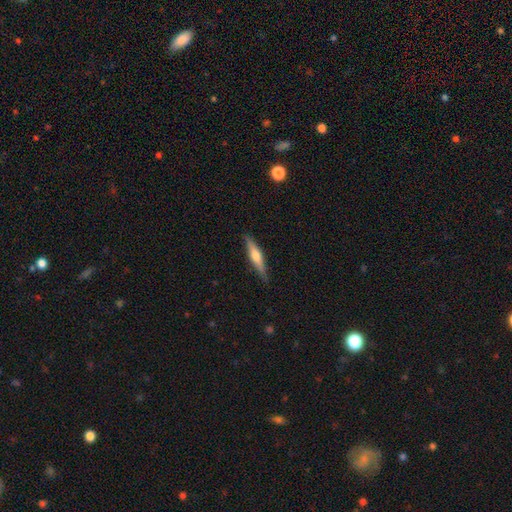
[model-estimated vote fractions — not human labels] A featured or disk galaxy (50%) viewed edge-on (95%).

Vote fractions:
- Smooth or featured? featured or disk: 50% / smooth: 44% / star or artifact: 6%
- Edge-on disk? yes: 95% / no: 5%
- Merging? none: 87% / minor disturbance: 10% / major disturbance: 2% / merger: 1%